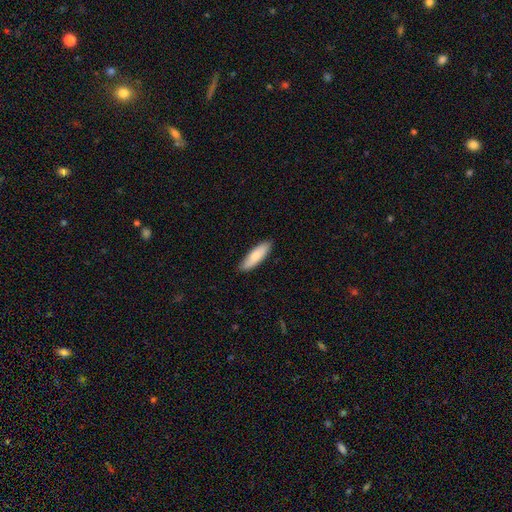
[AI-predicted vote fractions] The model was most divided on "how rounded": cigar-shaped: 53%, in between: 45%, round: 2%. More confident: merging — none (87%); smooth or featured — smooth (78%).